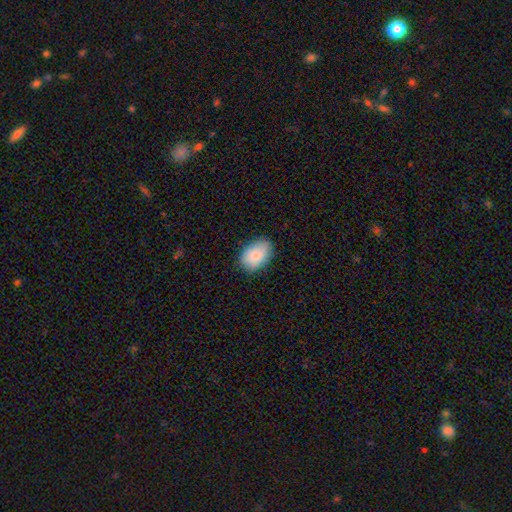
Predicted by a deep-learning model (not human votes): smooth-or-featured: smooth: 86% | featured or disk: 8% | star or artifact: 6%
  how-rounded: in between: 87% | round: 12% | cigar-shaped: 1%
  merging: none: 83% | minor disturbance: 14% | major disturbance: 3% | merger: 1%